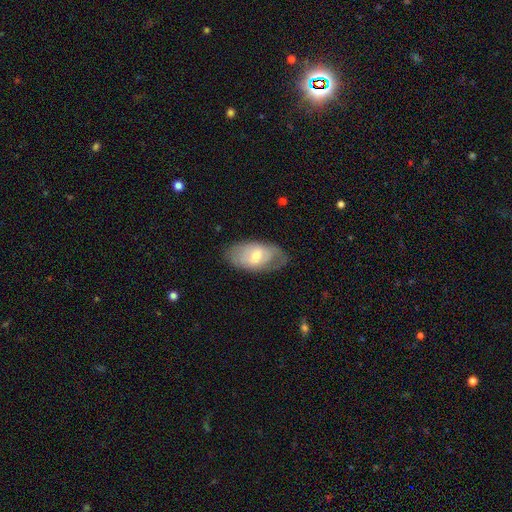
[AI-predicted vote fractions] Morphology: type=smooth (50%); merging=none (70%).